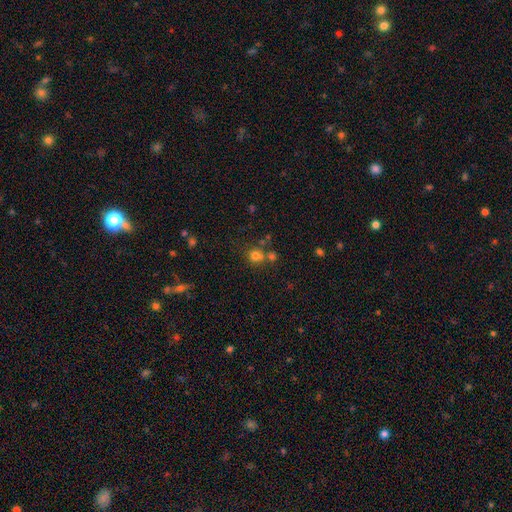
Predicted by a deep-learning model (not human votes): Morphology: type=smooth (73%); roundness=round (88%); merging=none (58%).